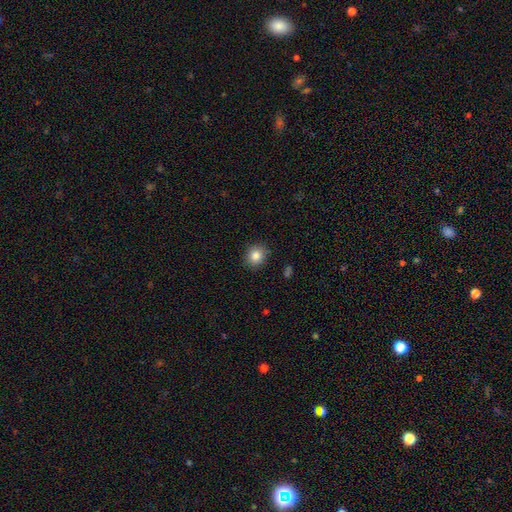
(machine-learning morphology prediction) Smooth or featured: smooth — 85% (star or artifact — 10%)
How rounded: round — 82% (in between — 17%)
Merging: none — 88% (minor disturbance — 9%)